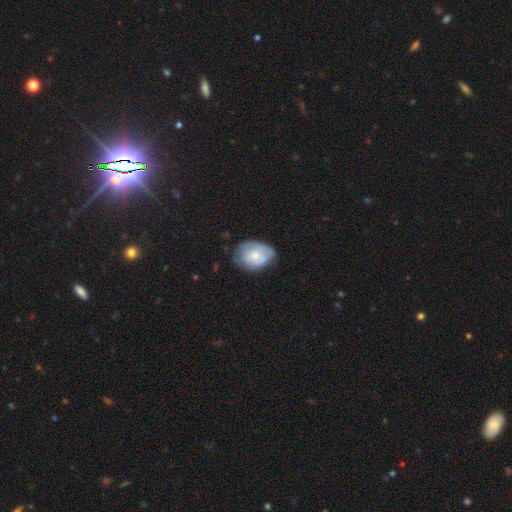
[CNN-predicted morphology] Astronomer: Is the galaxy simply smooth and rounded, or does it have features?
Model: smooth — 60%.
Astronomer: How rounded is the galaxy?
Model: in between — 72%.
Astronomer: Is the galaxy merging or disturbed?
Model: none — 51% (runner-up: minor disturbance, 36%).